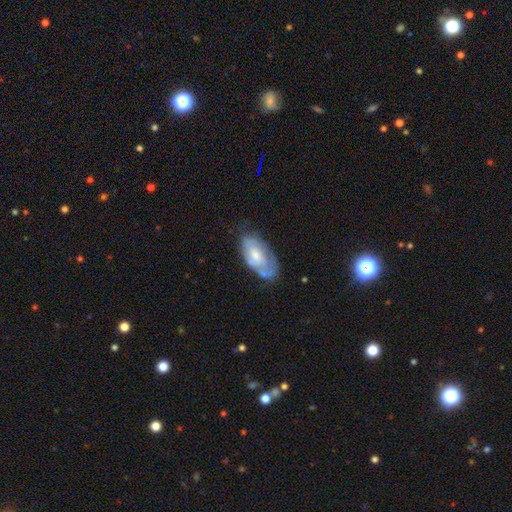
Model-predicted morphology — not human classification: Overall: smooth (49%; featured or disk 44%). Merging: none (50%; minor disturbance 32%).